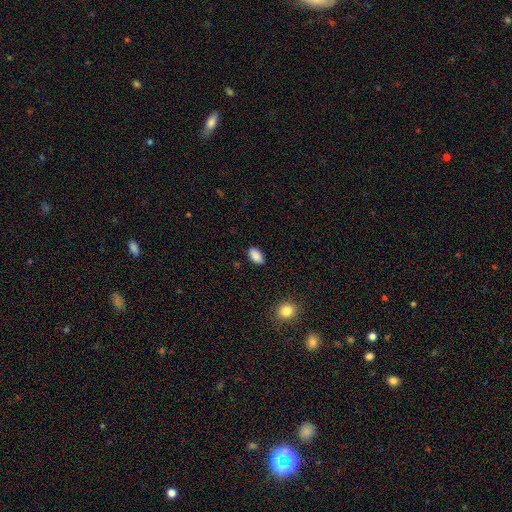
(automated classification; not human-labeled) smooth_or_featured: smooth (p=0.89) [alt: star or artifact p=0.08]
how_rounded: in between (p=0.93) [alt: round p=0.04]
merging: none (p=0.87) [alt: minor disturbance p=0.10]